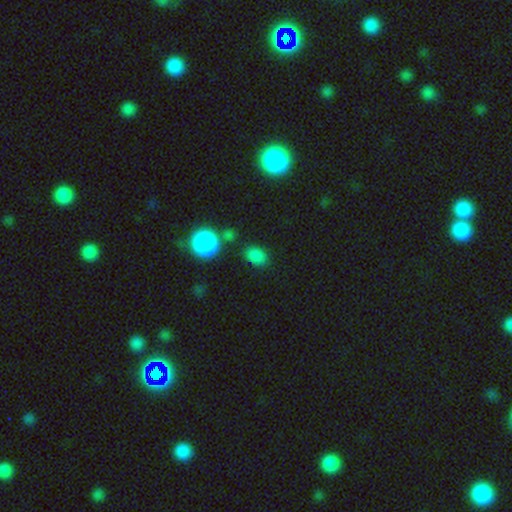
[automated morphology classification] type=smooth (84%); roundness=in between (74%); merging=none (76%).